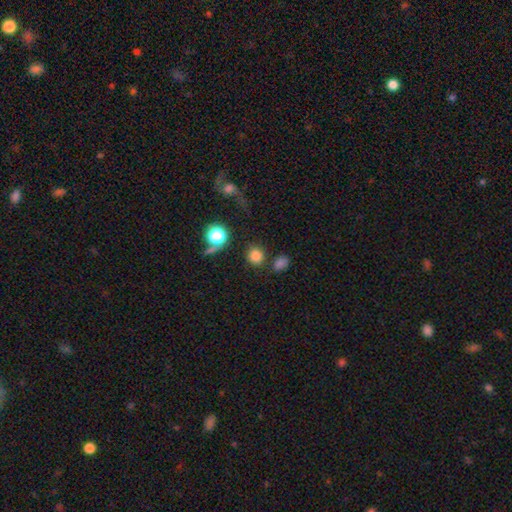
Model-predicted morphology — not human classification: smooth_or_featured: smooth (p=0.79) [alt: star or artifact p=0.15]
how_rounded: round (p=0.81) [alt: in between p=0.18]
merging: none (p=0.79) [alt: minor disturbance p=0.09]